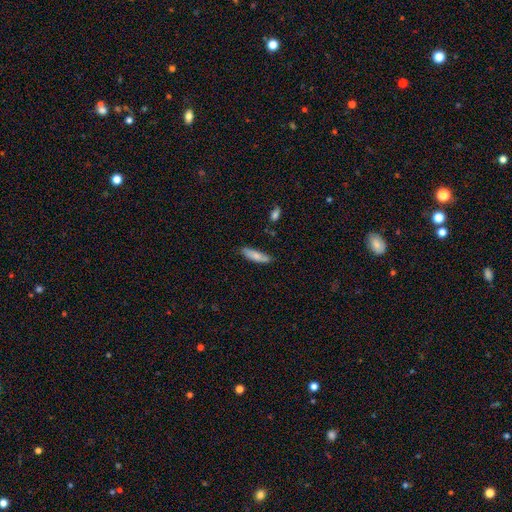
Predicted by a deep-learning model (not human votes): smooth_or_featured: smooth (p=0.78) [alt: featured or disk p=0.16]
how_rounded: cigar-shaped (p=0.64) [alt: in between p=0.34]
merging: none (p=0.76) [alt: minor disturbance p=0.18]